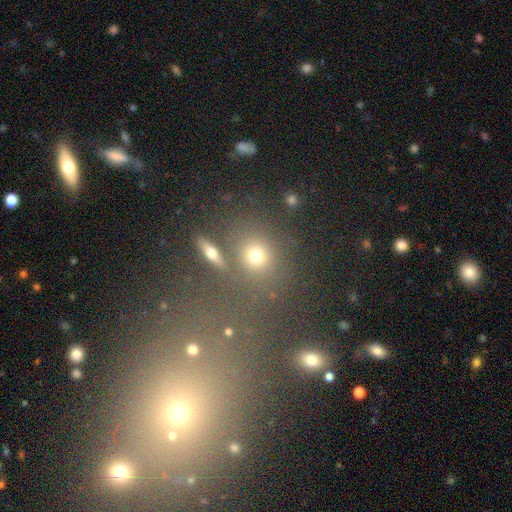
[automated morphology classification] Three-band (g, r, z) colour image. It shows a smooth galaxy with no disk features (66%) that is round (73%). Merging: none (75%).